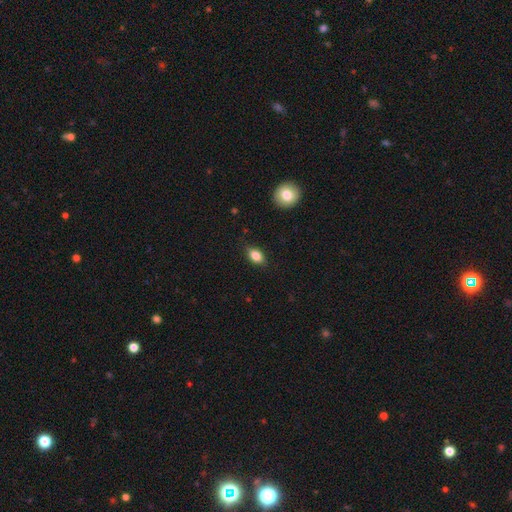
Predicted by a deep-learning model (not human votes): Overall: smooth (83%). How rounded: in between (85%). Merging: none (83%).